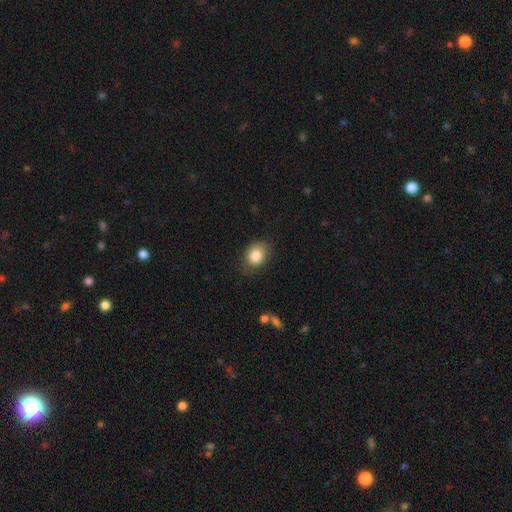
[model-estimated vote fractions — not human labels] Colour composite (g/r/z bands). It shows a smooth galaxy with no disk features (84%) that is in between round and cigar-shaped (55%). Merging: none (76%).